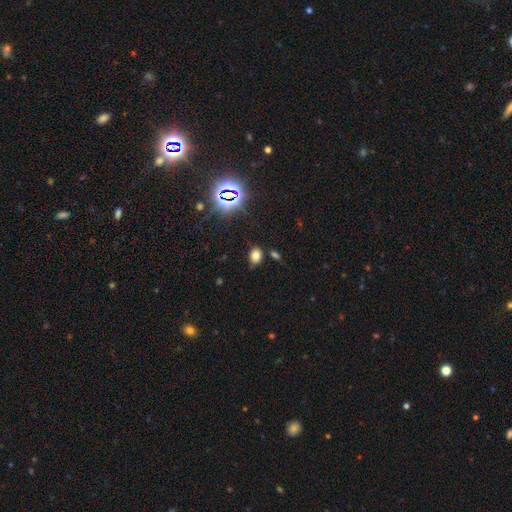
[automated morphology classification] smooth-or-featured: smooth: 71% | star or artifact: 21% | featured or disk: 8%
  how-rounded: in between: 68% | round: 30% | cigar-shaped: 1%
  merging: none: 75% | minor disturbance: 16% | merger: 5% | major disturbance: 4%